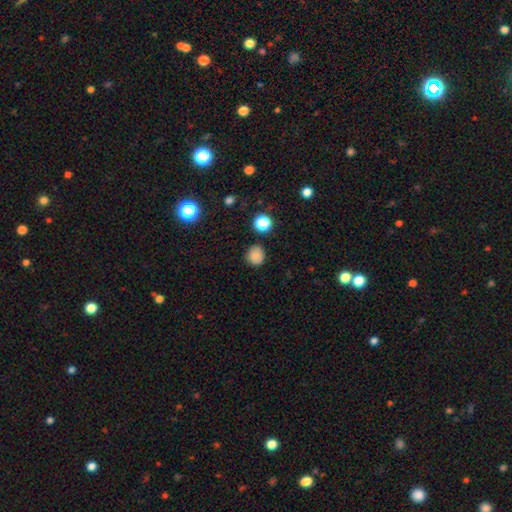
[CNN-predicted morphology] smooth-or-featured: smooth: 82% | star or artifact: 13% | featured or disk: 6%
  how-rounded: round: 88% | in between: 11% | cigar-shaped: 1%
  merging: none: 85% | minor disturbance: 10% | major disturbance: 3% | merger: 2%